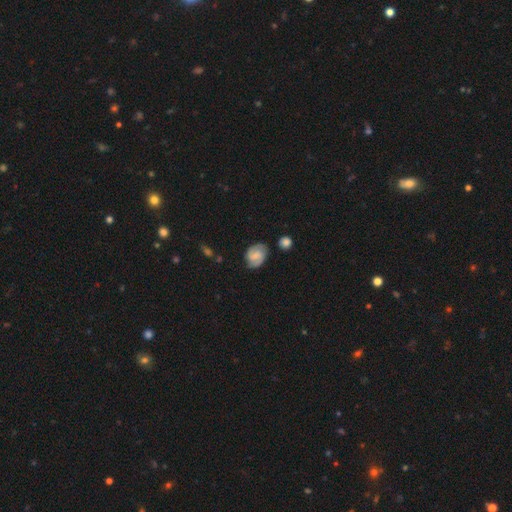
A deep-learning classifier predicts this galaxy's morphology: This is likely a featured or disk galaxy (67%). It is clearly not viewed edge-on (97%). Bar: possibly weak (52%). Spiral arm pattern: clearly yes (93%). Spiral arm count: clearly 2 (83%). Spiral winding: possibly medium (46%). Central bulge: marginally small (37%). Merging: likely none (74%).